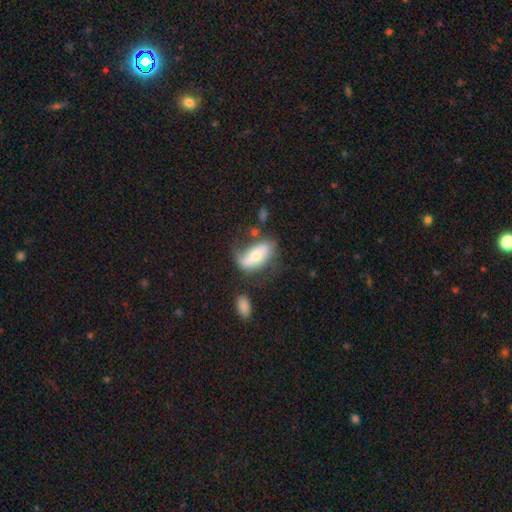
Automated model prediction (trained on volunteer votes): Smooth or featured: smooth — 49% (featured or disk — 45%)
Merging: none — 44% (minor disturbance — 28%)